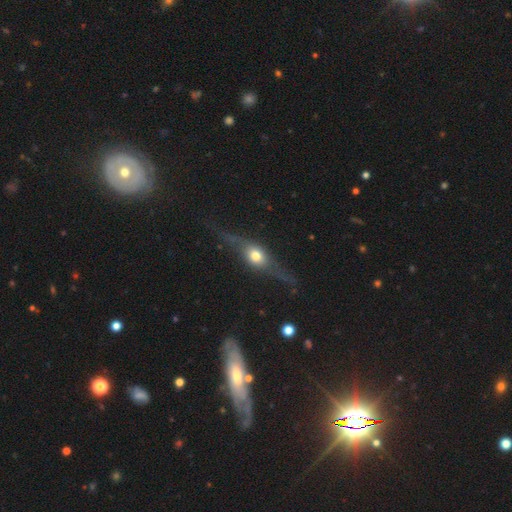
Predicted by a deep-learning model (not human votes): Overall: featured or disk (64%; smooth 27%). Edge-on disk: yes (85%). Edge-on bulge: rounded (94%). Merging: none (70%).